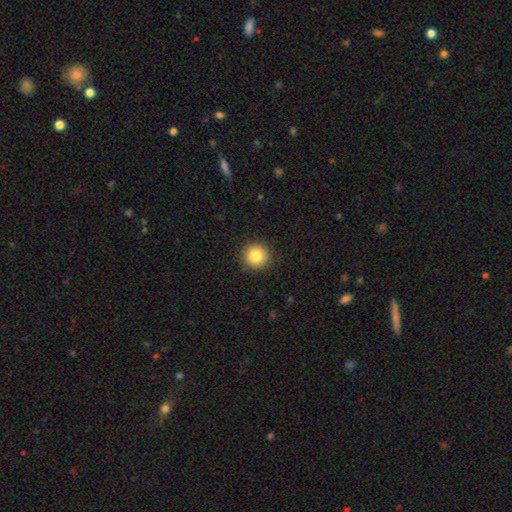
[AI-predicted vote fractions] Q: Smooth or featured?
A: smooth (84%); runner-up: star or artifact (10%)
Q: How rounded?
A: round (94%); runner-up: in between (5%)
Q: Merging?
A: none (91%); runner-up: minor disturbance (6%)